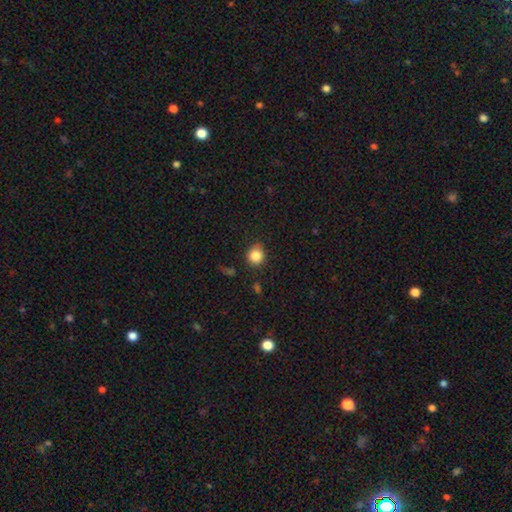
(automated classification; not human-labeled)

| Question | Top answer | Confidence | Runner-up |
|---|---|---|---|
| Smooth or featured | smooth | 85% | star or artifact (10%) |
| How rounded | round | 84% | in between (15%) |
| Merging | none | 82% | minor disturbance (13%) |